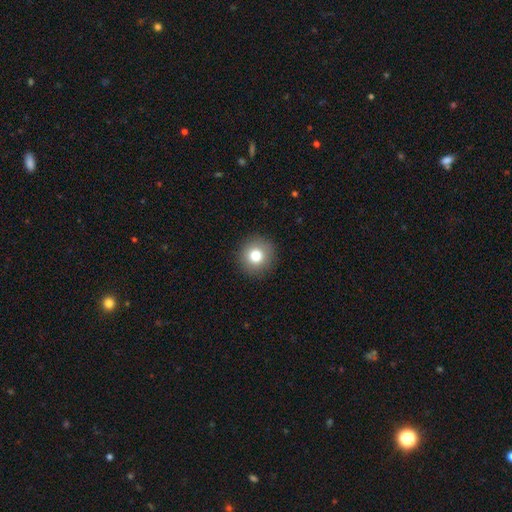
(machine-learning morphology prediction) Smooth or featured? Predicted: smooth (p=0.78). How rounded? Predicted: round (p=0.94). Merging? Predicted: none (p=0.92).